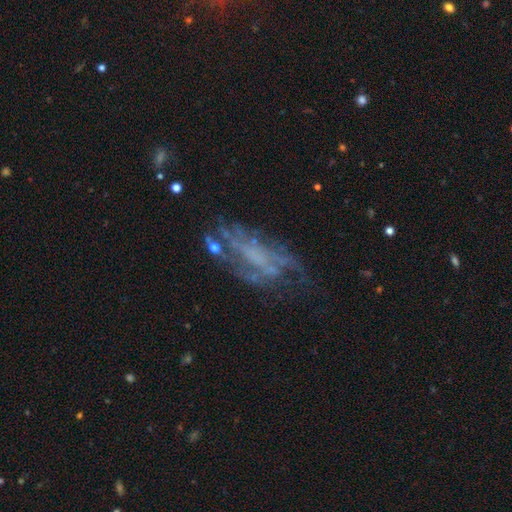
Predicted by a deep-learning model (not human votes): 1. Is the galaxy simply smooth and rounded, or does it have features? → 67% featured or disk, 19% smooth, 15% star or artifact.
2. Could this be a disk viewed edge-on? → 90% no, 10% yes.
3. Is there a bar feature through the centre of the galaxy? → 64% no, 25% weak, 11% strong.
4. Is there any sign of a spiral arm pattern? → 56% yes, 44% no.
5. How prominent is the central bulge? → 71% none, 15% small, 9% moderate, 3% large, 1% dominant.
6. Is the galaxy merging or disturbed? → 44% none, 28% major disturbance, 21% minor disturbance, 6% merger.